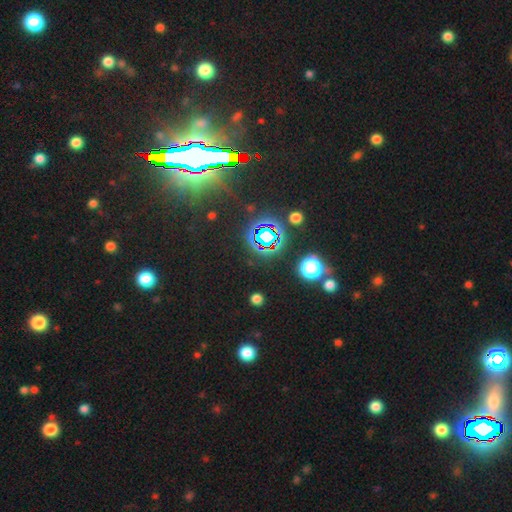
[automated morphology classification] Smooth or featured?
  - star or artifact: 84% *
  - smooth: 8%
  - featured or disk: 8%